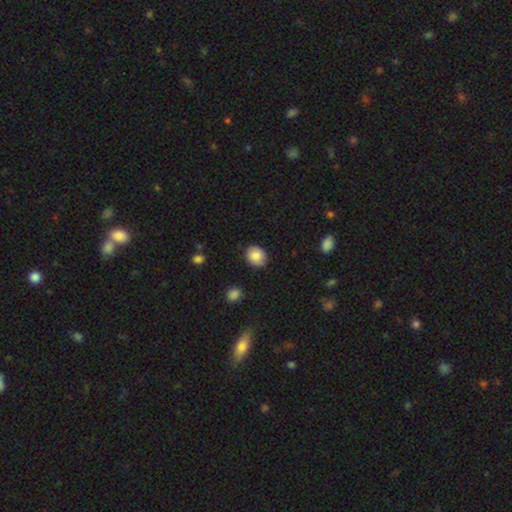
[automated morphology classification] Q: Smooth or featured?
A: smooth (84%); runner-up: featured or disk (8%)
Q: How rounded?
A: round (58%); runner-up: in between (41%)
Q: Merging?
A: none (87%); runner-up: minor disturbance (9%)